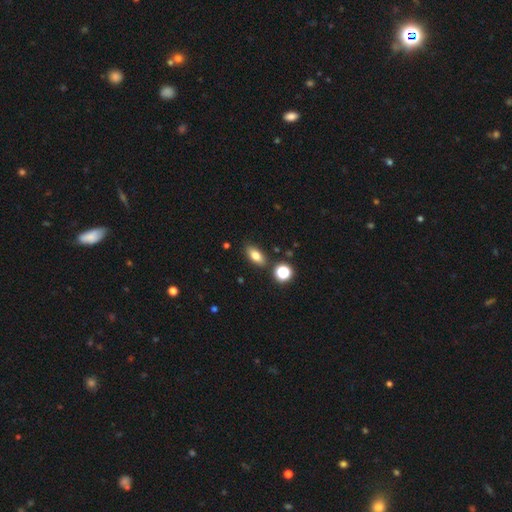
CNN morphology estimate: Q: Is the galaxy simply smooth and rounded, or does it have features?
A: smooth — 78%.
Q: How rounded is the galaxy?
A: in between — 82%.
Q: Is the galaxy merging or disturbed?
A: none — 83%.